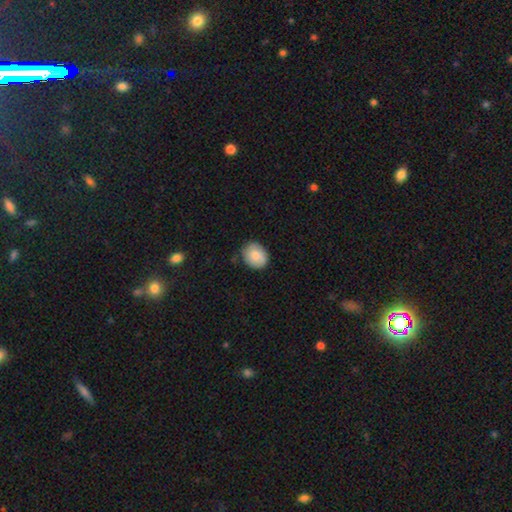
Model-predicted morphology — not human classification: This is clearly a smooth galaxy (80%). How rounded: possibly round (59%). Merging: likely none (77%).